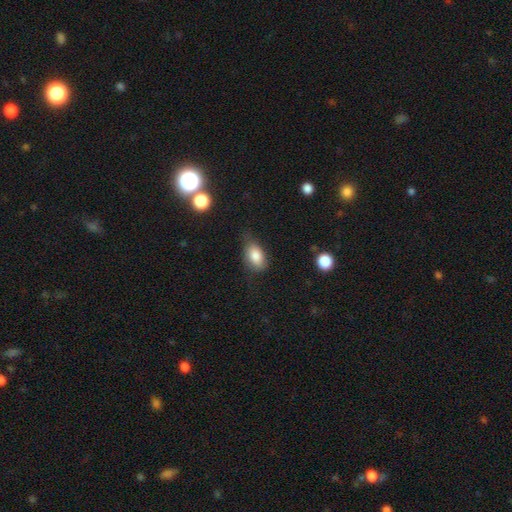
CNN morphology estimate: smooth_or_featured: smooth (p=0.83) [alt: featured or disk p=0.09]
how_rounded: in between (p=0.87) [alt: round p=0.10]
merging: none (p=0.58) [alt: minor disturbance p=0.30]